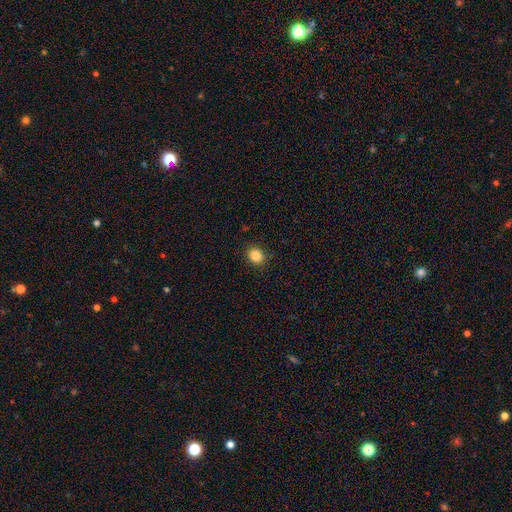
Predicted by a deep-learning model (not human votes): smooth_or_featured: smooth (p=0.85) [alt: star or artifact p=0.11]
how_rounded: round (p=0.63) [alt: in between p=0.36]
merging: none (p=0.89) [alt: minor disturbance p=0.08]